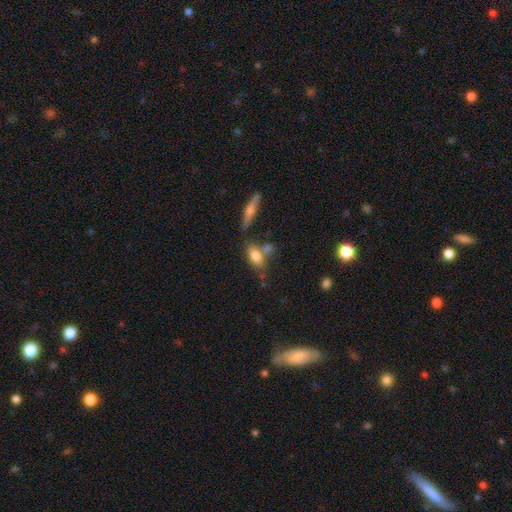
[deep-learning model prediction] This is likely a smooth galaxy (76%). How rounded: clearly in between (81%). Merging: possibly none (56%).